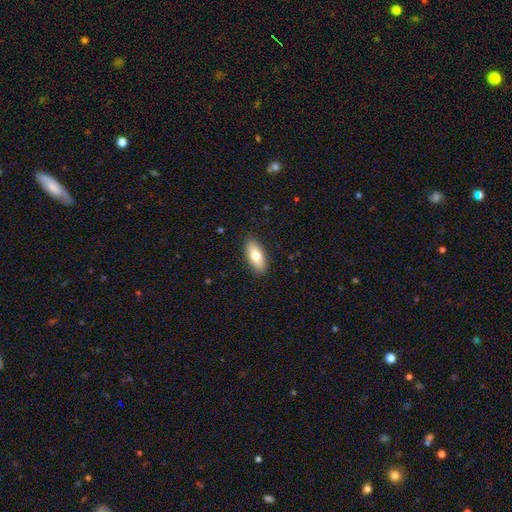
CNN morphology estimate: A smooth galaxy with no disk features (77%) that is in between round and cigar-shaped (83%).

Vote fractions:
- Smooth or featured? smooth: 77% / featured or disk: 17% / star or artifact: 6%
- How rounded? in between: 83% / cigar-shaped: 15% / round: 3%
- Merging? none: 89% / minor disturbance: 8% / major disturbance: 2% / merger: 1%